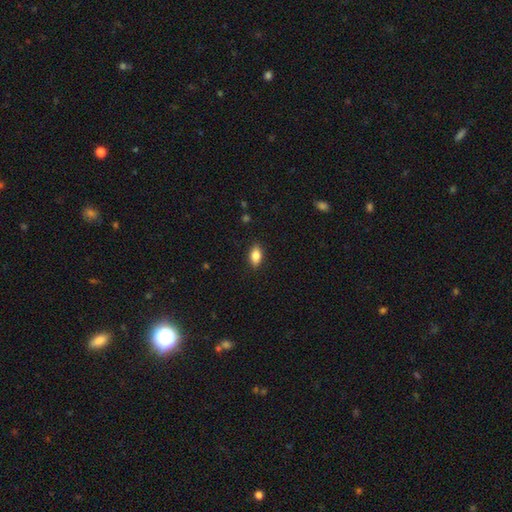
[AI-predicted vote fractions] Smooth or featured? Predicted: smooth (p=0.82). How rounded? Predicted: in between (p=0.88). Merging? Predicted: none (p=0.88).